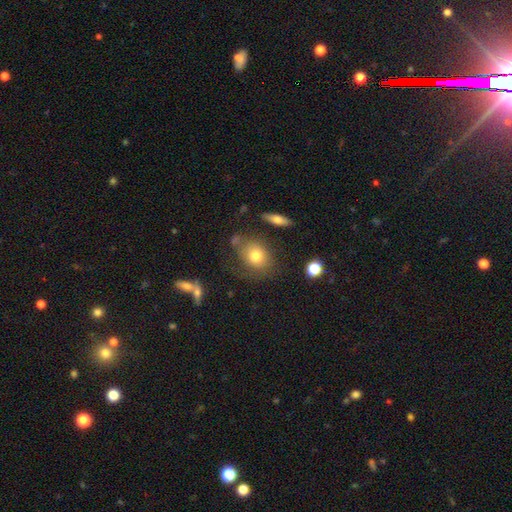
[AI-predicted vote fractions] smooth_or_featured: smooth (p=0.73) [alt: featured or disk p=0.17]
how_rounded: in between (p=0.52) [alt: round p=0.47]
merging: none (p=0.59) [alt: minor disturbance p=0.22]